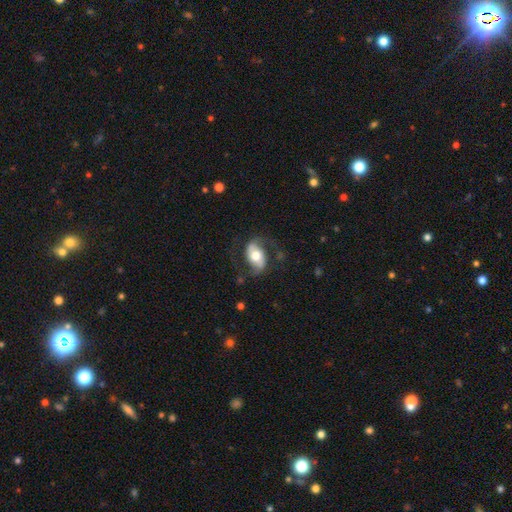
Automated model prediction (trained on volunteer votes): This is likely a featured or disk galaxy (67%). It is clearly not viewed edge-on (95%). Bar: marginally no (40%). Spiral arm pattern: clearly yes (87%). Spiral arm count: clearly 2 (90%). Spiral winding: possibly loose (50%). Central bulge: possibly moderate (58%). Merging: likely none (66%).